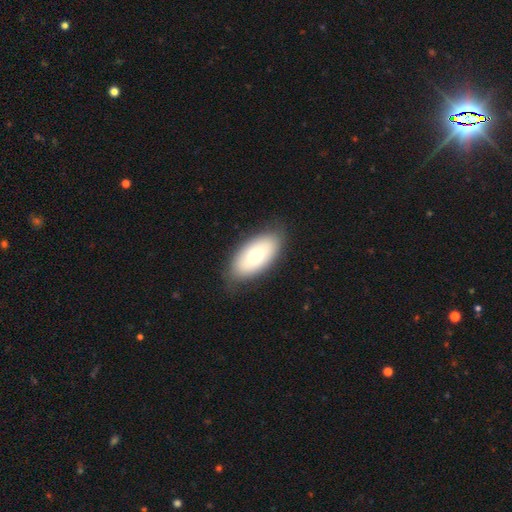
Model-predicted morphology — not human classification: The model was most divided on "smooth or featured": smooth: 70%, featured or disk: 24%, star or artifact: 6%. More confident: how rounded — in between (93%); merging — none (81%).